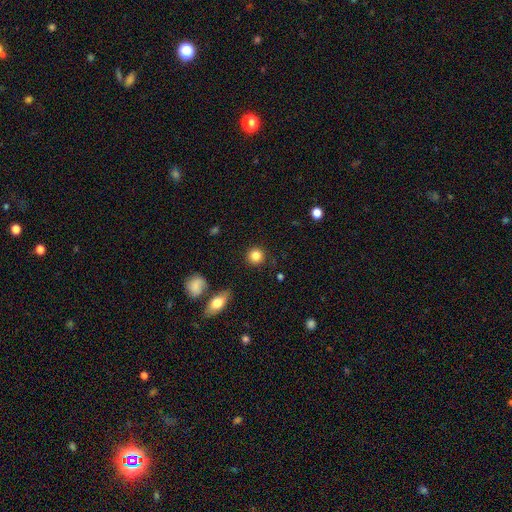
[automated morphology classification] A smooth galaxy with no disk features (85%) that is round (93%). Merging: none (89%).